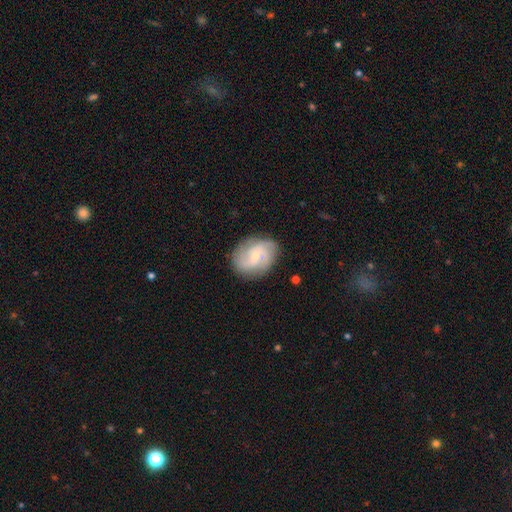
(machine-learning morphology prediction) type=featured or disk (72%); edge-on=no (98%); bar=no (52%); spiral arms=yes (94%); winding=medium (46%); arm count=2 (39%); bulge=small (72%); merging=none (80%).